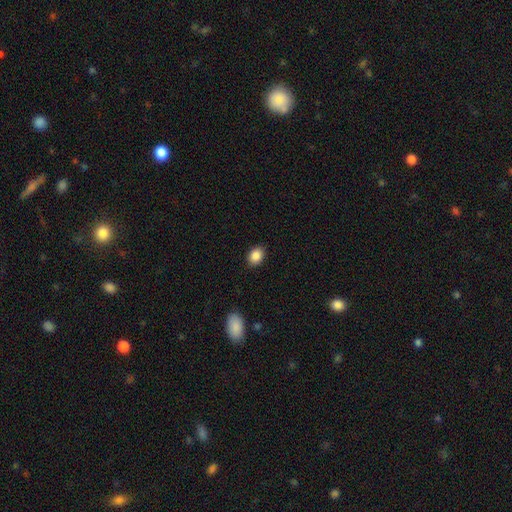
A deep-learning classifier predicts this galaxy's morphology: Smooth or featured?
  - smooth: 88% *
  - star or artifact: 9%
  - featured or disk: 4%
How rounded?
  - in between: 63% *
  - round: 36%
  - cigar-shaped: 1%
Merging?
  - none: 89% *
  - minor disturbance: 8%
  - major disturbance: 2%
  - merger: 1%